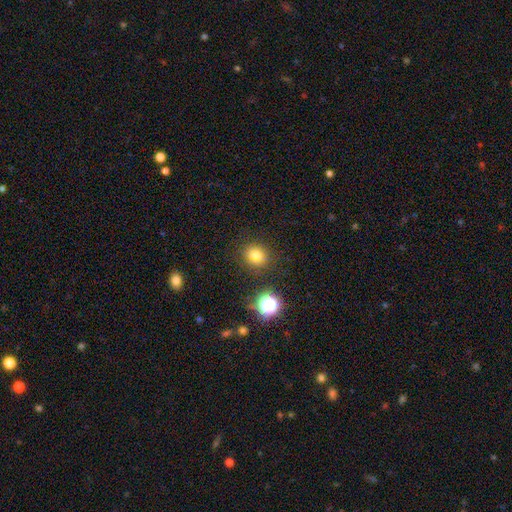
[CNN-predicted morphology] A smooth galaxy with no disk features (77%) that is round (84%).

Vote fractions:
- Smooth or featured? smooth: 77% / star or artifact: 17% / featured or disk: 7%
- How rounded? round: 84% / in between: 15% / cigar-shaped: 1%
- Merging? none: 86% / minor disturbance: 8% / major disturbance: 3% / merger: 3%